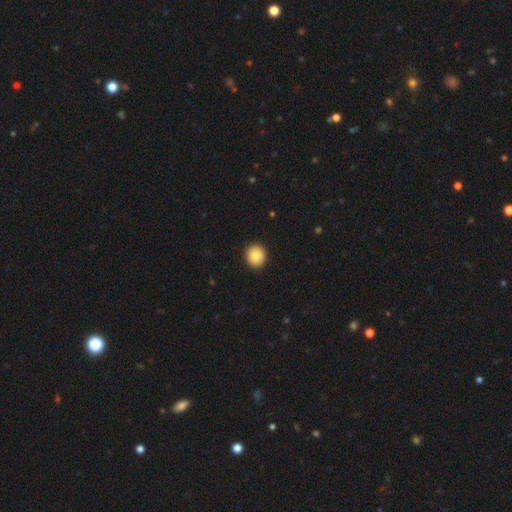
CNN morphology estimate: Overall: smooth (86%). How rounded: round (82%). Merging: none (92%).